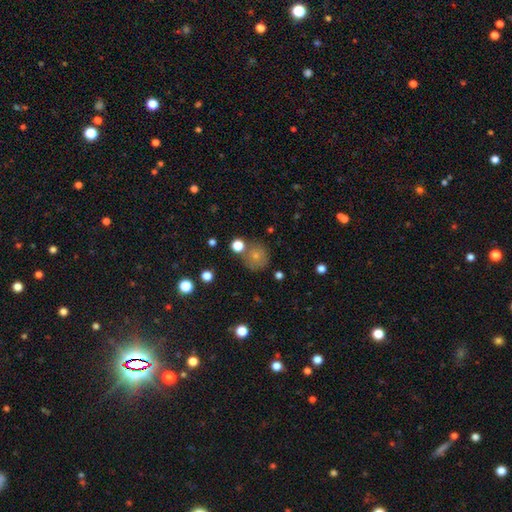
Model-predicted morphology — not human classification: smooth_or_featured: smooth (p=0.74) [alt: star or artifact p=0.14]
how_rounded: round (p=0.91) [alt: in between p=0.08]
merging: none (p=0.71) [alt: minor disturbance p=0.13]